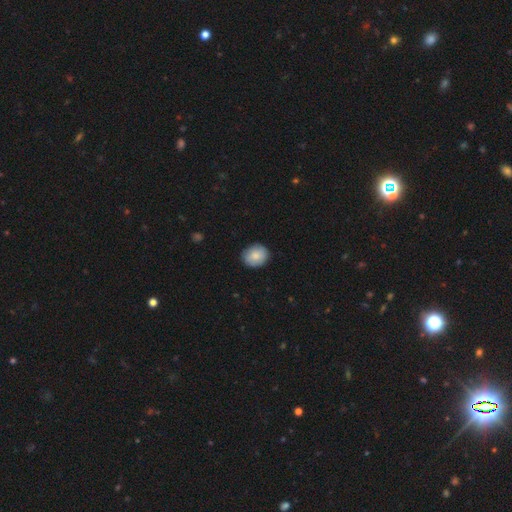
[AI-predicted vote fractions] smooth-or-featured: smooth: 83% | featured or disk: 10% | star or artifact: 7%
  how-rounded: round: 64% | in between: 35% | cigar-shaped: 1%
  merging: none: 86% | minor disturbance: 11% | major disturbance: 2% | merger: 1%